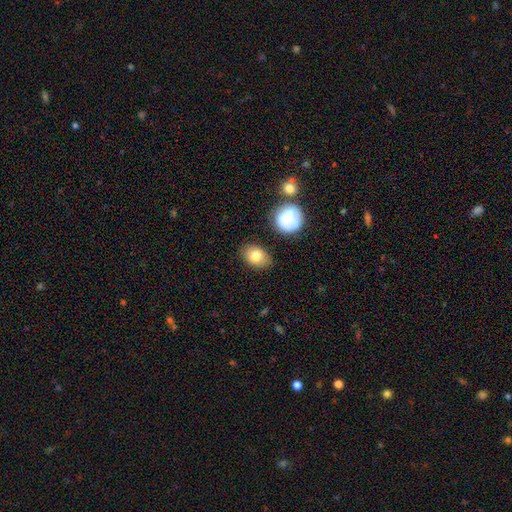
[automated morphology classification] Overall: smooth (79%). How rounded: in between (71%). Merging: none (80%).